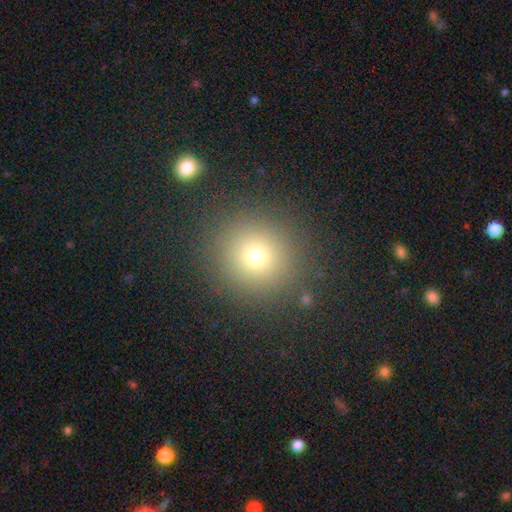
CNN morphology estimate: Smooth or featured?
  - smooth: 74% *
  - star or artifact: 17%
  - featured or disk: 9%
How rounded?
  - round: 93% *
  - in between: 6%
  - cigar-shaped: 1%
Merging?
  - none: 88% *
  - minor disturbance: 6%
  - major disturbance: 4%
  - merger: 2%